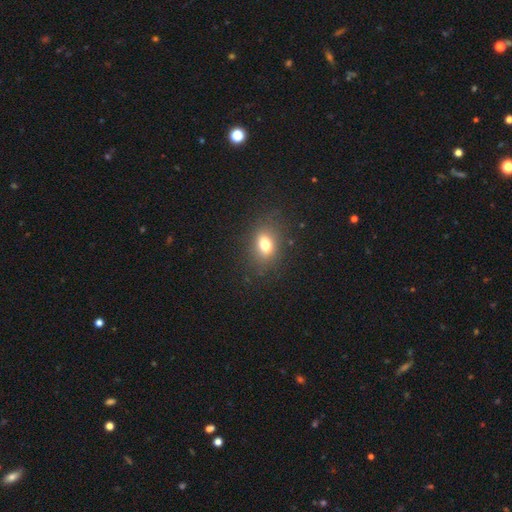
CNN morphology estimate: This appears to be a smooth galaxy with no disk features (65%) that is in between round and cigar-shaped (56%). Merging: none (90%).